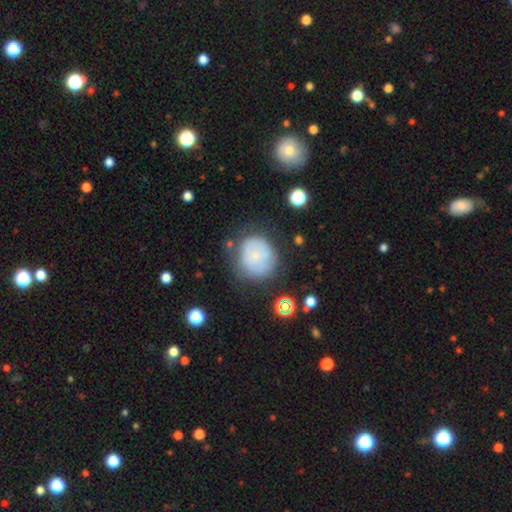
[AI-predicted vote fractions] Smooth or featured: smooth — 60% (featured or disk — 29%)
How rounded: round — 82% (in between — 17%)
Merging: none — 60% (minor disturbance — 24%)